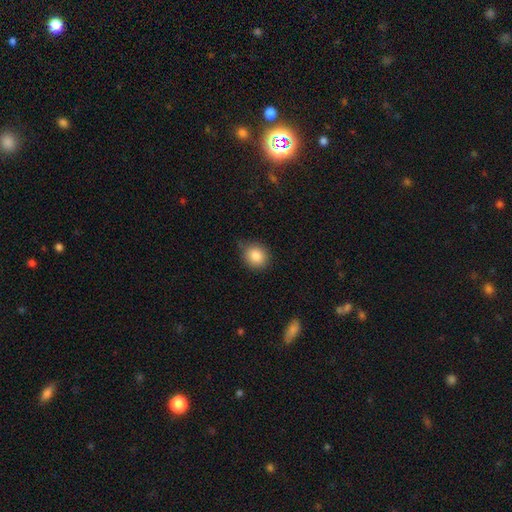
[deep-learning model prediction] smooth_or_featured: smooth (p=0.86) [alt: star or artifact p=0.09]
how_rounded: round (p=0.73) [alt: in between p=0.26]
merging: none (p=0.73) [alt: minor disturbance p=0.21]